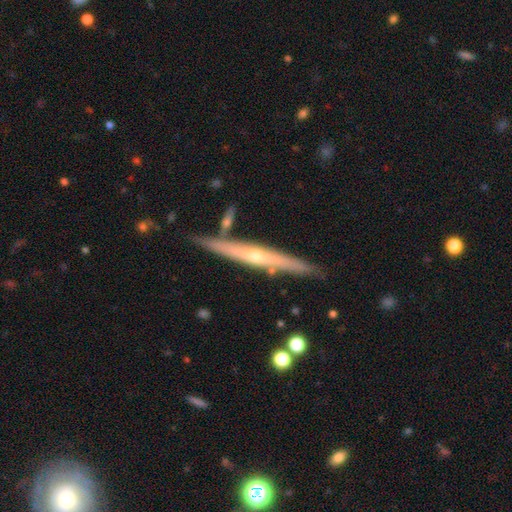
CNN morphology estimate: type=featured or disk (75%); edge-on=yes (95%); edge-on bulge=rounded (73%); merging=none (83%).